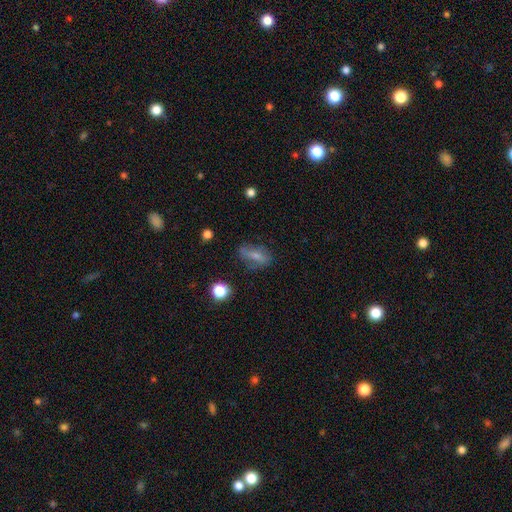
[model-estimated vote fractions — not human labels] Smooth or featured? Predicted: smooth (p=0.59). How rounded? Predicted: in between (p=0.75). Merging? Predicted: none (p=0.67).